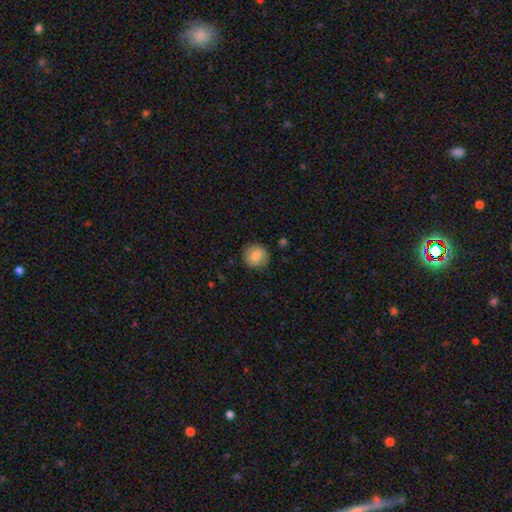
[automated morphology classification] This appears to be a smooth galaxy with no disk features (85%) that is round (91%). Merging: none (86%).